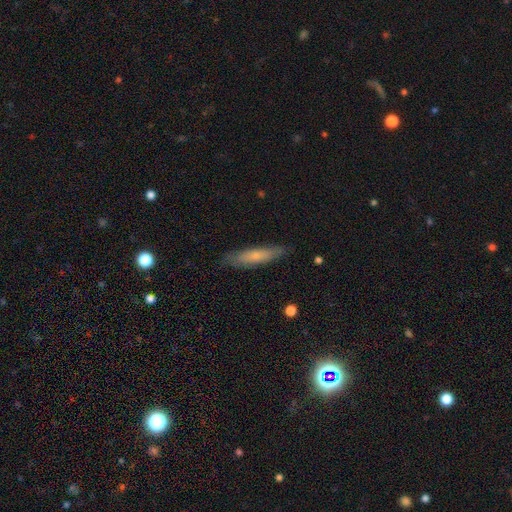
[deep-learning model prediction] Smooth or featured: smooth — 65% (featured or disk — 29%)
How rounded: cigar-shaped — 80% (in between — 18%)
Merging: none — 84% (minor disturbance — 13%)